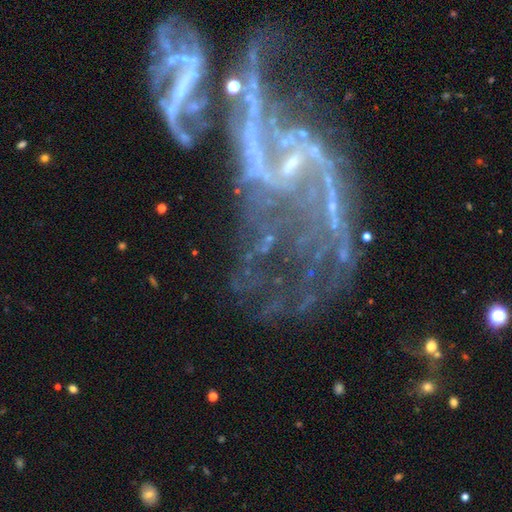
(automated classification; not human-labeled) Overall: featured or disk (81%). Edge-on disk: no (96%). Bar: no (39%; weak 37%). Spiral arms: yes (80%). Spiral arm count: 2 (58%). Spiral winding: loose (69%). Bulge size: small (54%; none 30%). Merging: major disturbance (37%; none 25%).